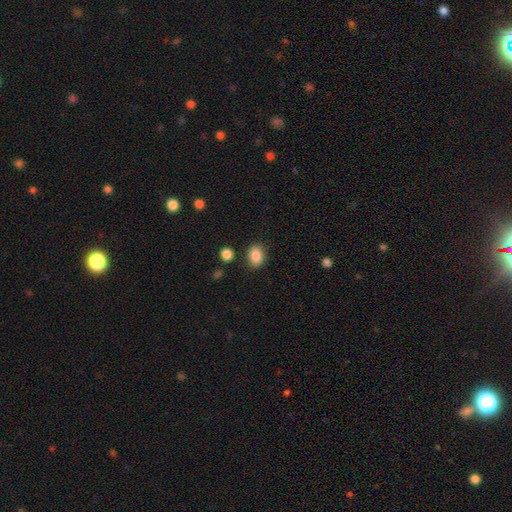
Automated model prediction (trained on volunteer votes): A smooth galaxy with no disk features (87%) that is in between round and cigar-shaped (70%).

Vote fractions:
- Smooth or featured? smooth: 87% / star or artifact: 9% / featured or disk: 4%
- How rounded? in between: 70% / round: 29% / cigar-shaped: 1%
- Merging? none: 83% / minor disturbance: 11% / merger: 3% / major disturbance: 3%